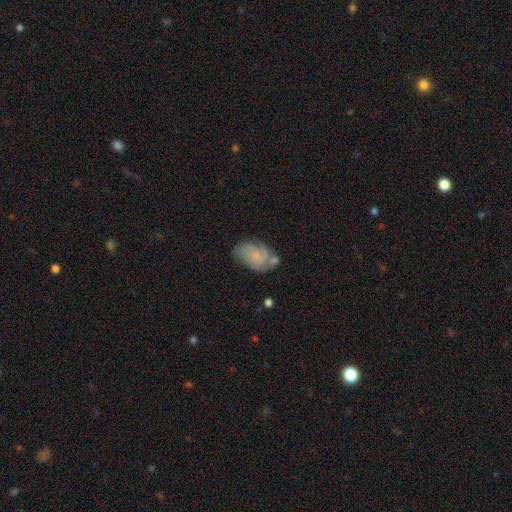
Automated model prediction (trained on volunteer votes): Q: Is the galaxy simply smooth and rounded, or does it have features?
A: featured or disk — 51%.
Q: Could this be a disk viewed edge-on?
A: no — 97%.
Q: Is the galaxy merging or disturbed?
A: none — 48%.